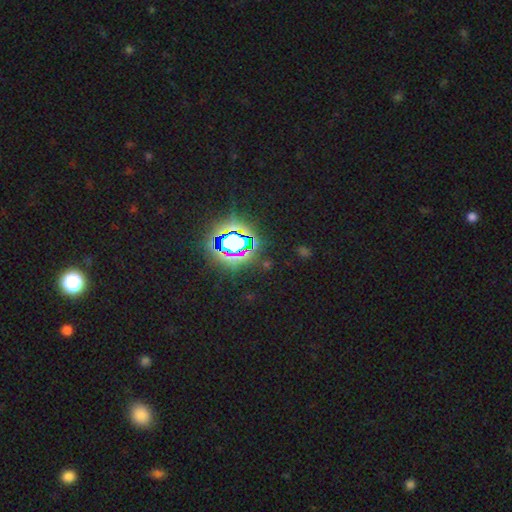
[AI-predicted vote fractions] Overall: star or artifact (83%).